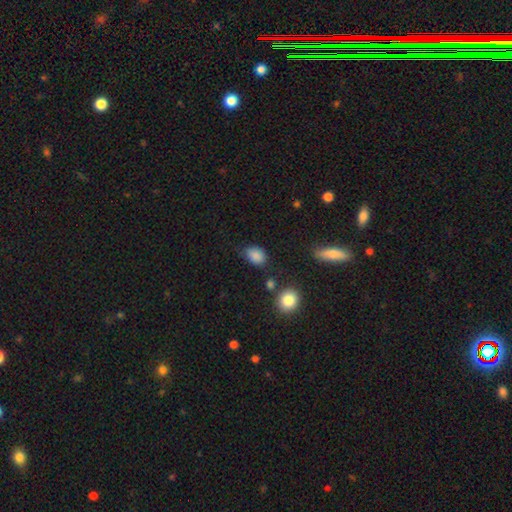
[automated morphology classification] type=smooth (85%); roundness=in between (76%); merging=none (61%).